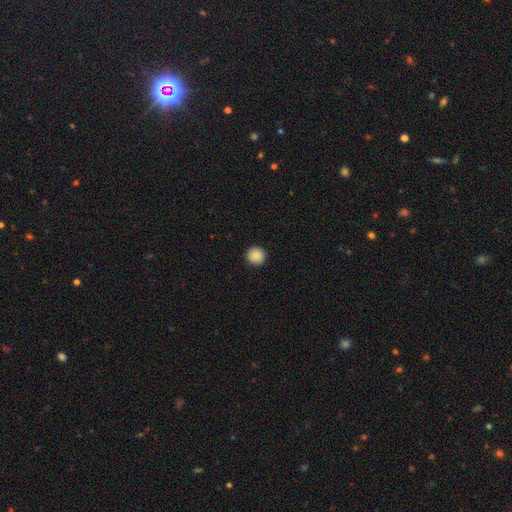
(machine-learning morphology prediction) smooth_or_featured: smooth (p=0.88) [alt: star or artifact p=0.08]
how_rounded: round (p=0.94) [alt: in between p=0.05]
merging: none (p=0.92) [alt: minor disturbance p=0.05]